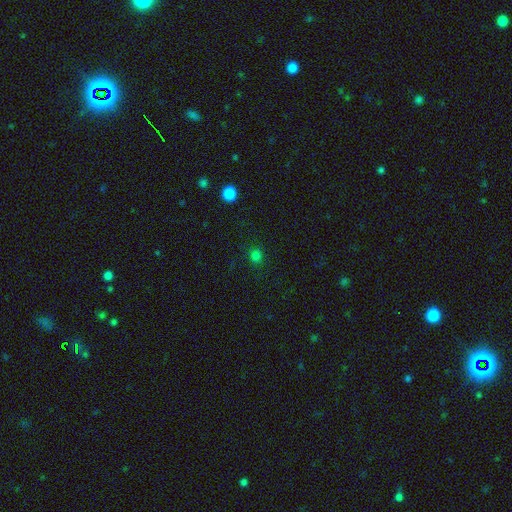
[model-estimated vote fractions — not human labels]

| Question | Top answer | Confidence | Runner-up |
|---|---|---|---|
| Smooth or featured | smooth | 77% | star or artifact (20%) |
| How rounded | round | 90% | in between (9%) |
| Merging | none | 89% | minor disturbance (7%) |